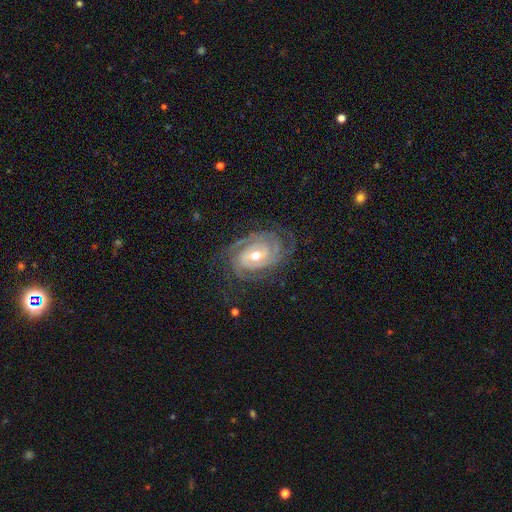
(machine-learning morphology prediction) Smooth or featured? featured or disk (90%)
Edge-on disk? no (97%)
Bar? no (41%)
Spiral arms? yes (98%)
Spiral winding? tight (73%)
Spiral arm count? 2 (30%)
Bulge size? moderate (65%)
Merging? none (73%)